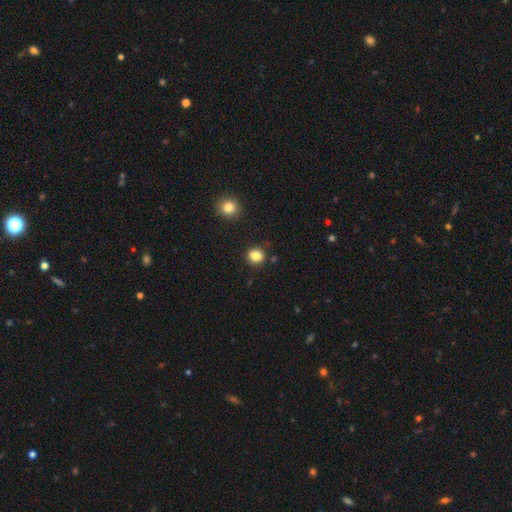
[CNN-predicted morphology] type=smooth (85%); roundness=round (79%); merging=none (88%).